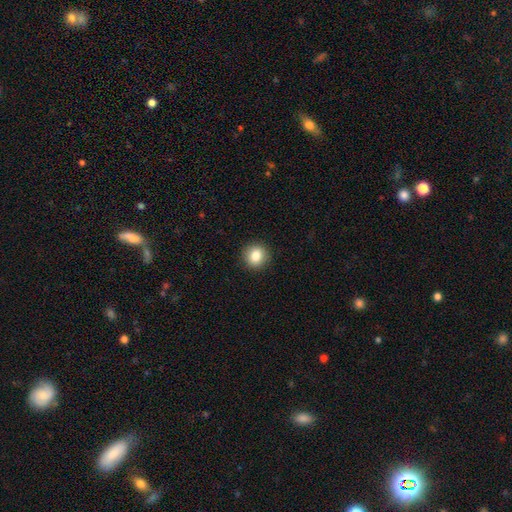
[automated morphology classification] smooth_or_featured: smooth (p=0.84) [alt: star or artifact p=0.10]
how_rounded: round (p=0.90) [alt: in between p=0.09]
merging: none (p=0.92) [alt: minor disturbance p=0.05]